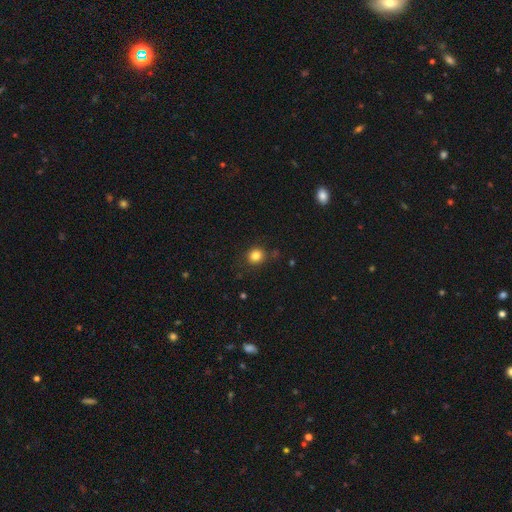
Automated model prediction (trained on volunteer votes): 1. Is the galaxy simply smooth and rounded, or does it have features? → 83% smooth, 12% star or artifact, 5% featured or disk.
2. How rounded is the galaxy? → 87% round, 12% in between, 1% cigar-shaped.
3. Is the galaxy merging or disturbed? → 85% none, 10% minor disturbance, 3% major disturbance, 2% merger.